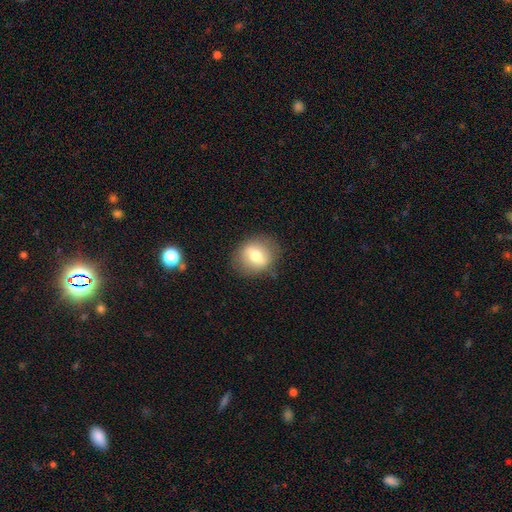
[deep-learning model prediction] The model was most divided on "how rounded": round: 66%, in between: 33%, cigar-shaped: 1%. More confident: merging — none (81%); smooth or featured — smooth (67%).